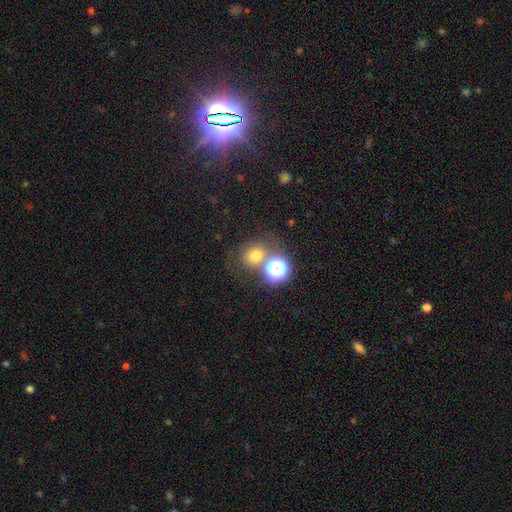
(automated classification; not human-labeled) A smooth galaxy with no disk features (68%) that is round (75%).

Vote fractions:
- Smooth or featured? smooth: 68% / star or artifact: 22% / featured or disk: 10%
- How rounded? round: 75% / in between: 24% / cigar-shaped: 1%
- Merging? none: 61% / merger: 22% / minor disturbance: 11% / major disturbance: 6%